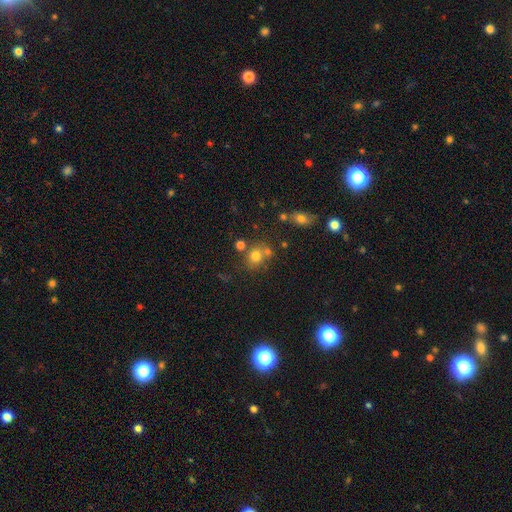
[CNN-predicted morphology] A smooth galaxy with no disk features (73%) that is round (78%).

Vote fractions:
- Smooth or featured? smooth: 73% / star or artifact: 16% / featured or disk: 11%
- How rounded? round: 78% / in between: 21% / cigar-shaped: 1%
- Merging? none: 59% / merger: 24% / minor disturbance: 12% / major disturbance: 5%